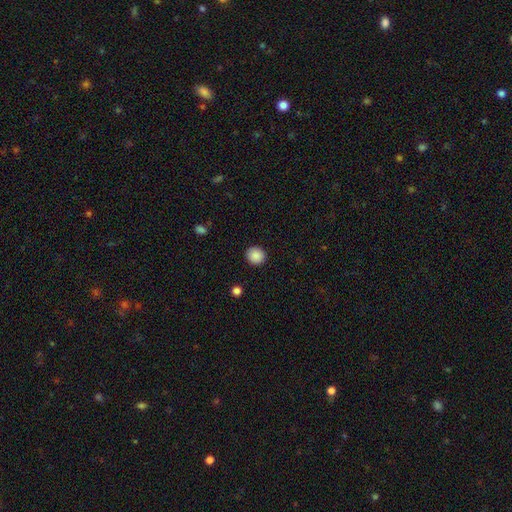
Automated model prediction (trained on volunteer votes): Morphology: type=smooth (89%); roundness=round (88%); merging=none (91%).